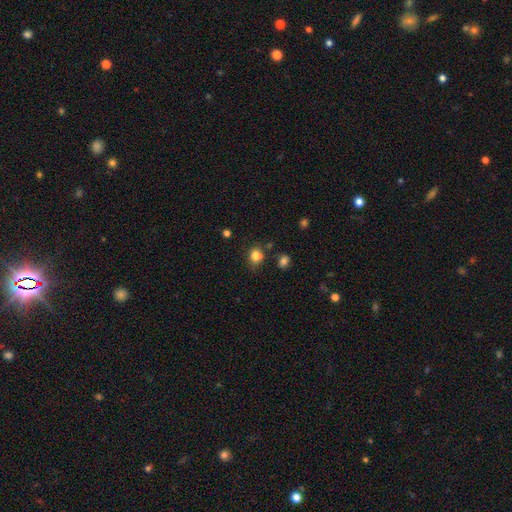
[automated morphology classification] This is likely a smooth galaxy (80%). How rounded: possibly round (60%). Merging: likely none (61%).